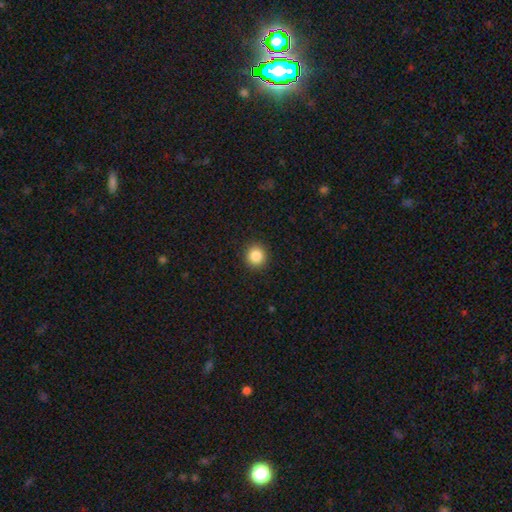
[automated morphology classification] smooth-or-featured: smooth: 86% | star or artifact: 10% | featured or disk: 4%
  how-rounded: round: 93% | in between: 6% | cigar-shaped: 1%
  merging: none: 92% | minor disturbance: 5% | major disturbance: 2% | merger: 1%